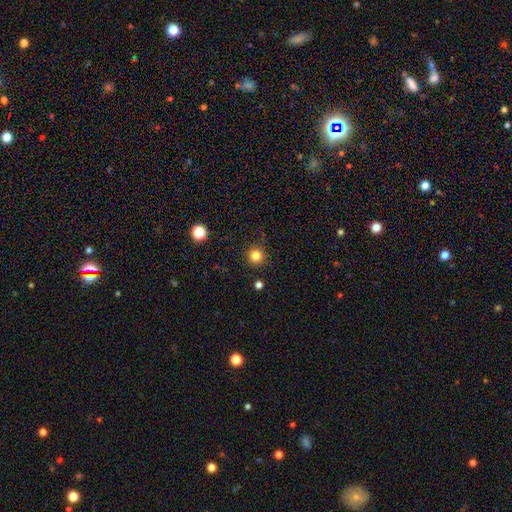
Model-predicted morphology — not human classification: Q: Smooth or featured?
A: smooth (83%); runner-up: star or artifact (13%)
Q: How rounded?
A: round (95%); runner-up: in between (4%)
Q: Merging?
A: none (88%); runner-up: minor disturbance (8%)